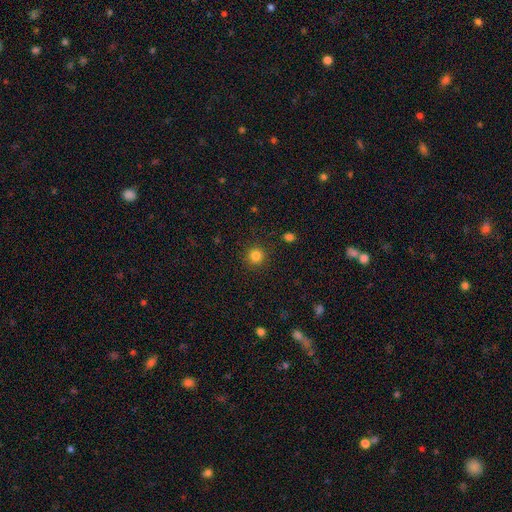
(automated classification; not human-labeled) Morphology: type=smooth (83%); roundness=round (94%); merging=none (90%).